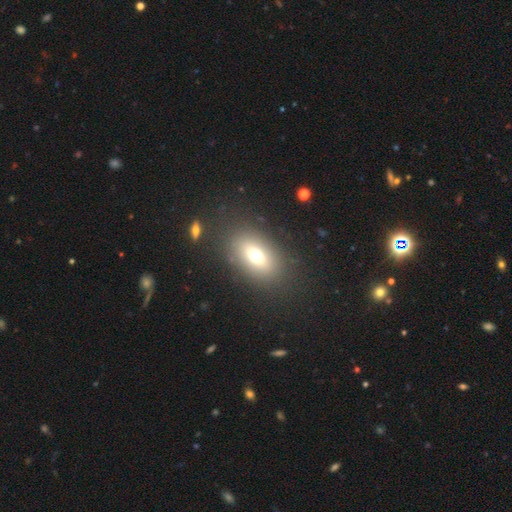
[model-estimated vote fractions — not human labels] Morphology: type=smooth (69%); roundness=in between (81%); merging=none (84%).